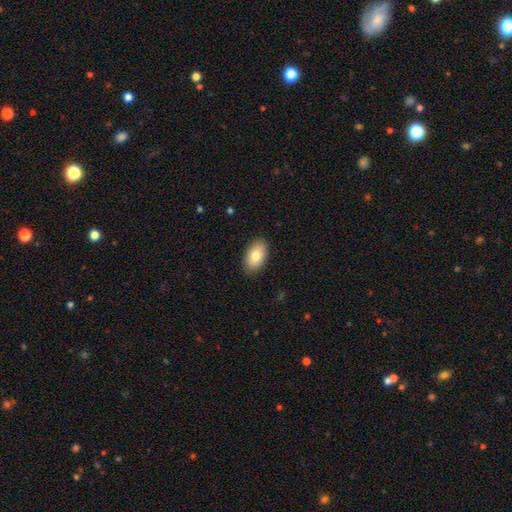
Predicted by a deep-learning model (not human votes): This appears to be a smooth galaxy with no disk features (81%) that is in between round and cigar-shaped (94%). Merging: none (88%).